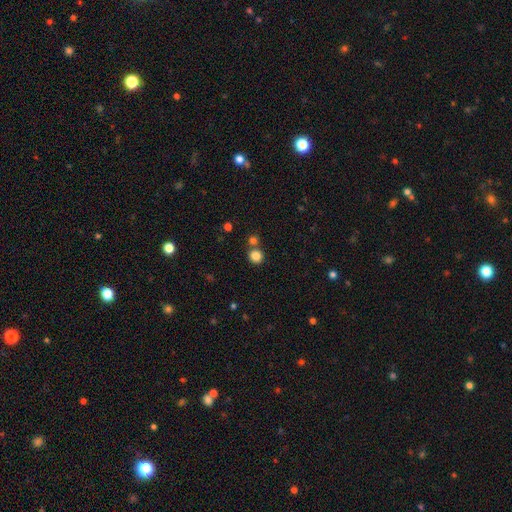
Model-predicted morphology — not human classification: Smooth or featured? Predicted: smooth (p=0.84). How rounded? Predicted: round (p=0.88). Merging? Predicted: none (p=0.70).